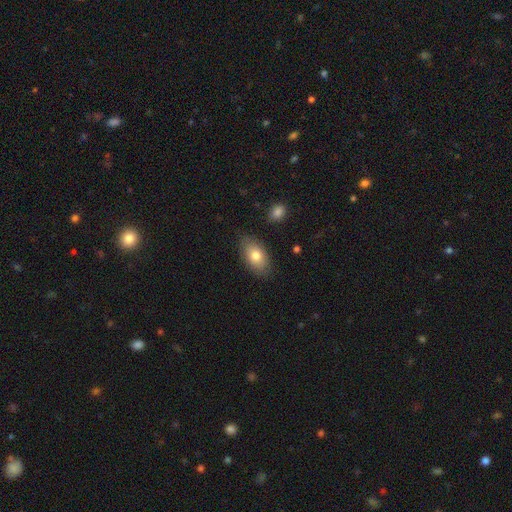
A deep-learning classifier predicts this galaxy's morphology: A smooth galaxy with no disk features (77%) that is in between round and cigar-shaped (92%).

Vote fractions:
- Smooth or featured? smooth: 77% / featured or disk: 16% / star or artifact: 7%
- How rounded? in between: 92% / round: 6% / cigar-shaped: 2%
- Merging? none: 82% / minor disturbance: 14% / major disturbance: 3% / merger: 2%